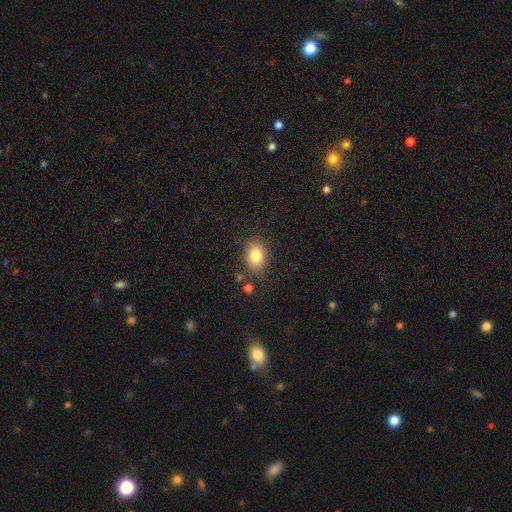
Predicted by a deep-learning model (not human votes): Morphology: type=smooth (84%); roundness=in between (76%); merging=none (80%).